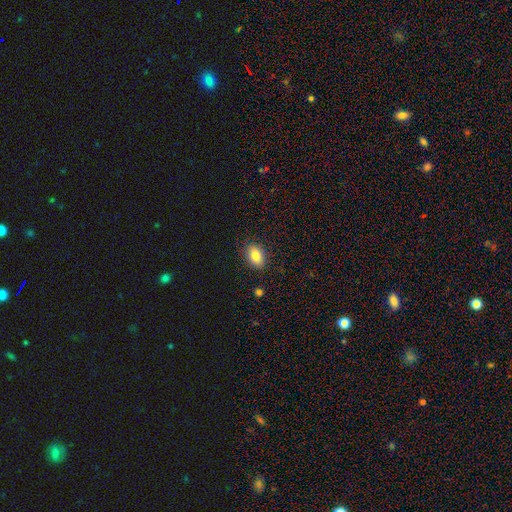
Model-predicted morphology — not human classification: Q: Smooth or featured?
A: smooth (82%); runner-up: featured or disk (9%)
Q: How rounded?
A: in between (85%); runner-up: round (13%)
Q: Merging?
A: none (86%); runner-up: minor disturbance (10%)